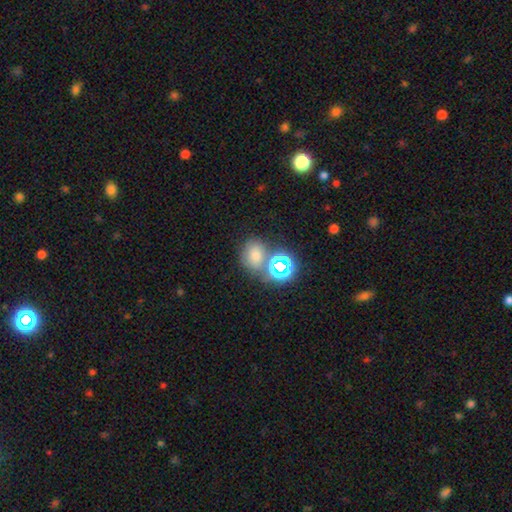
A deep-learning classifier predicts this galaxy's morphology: smooth_or_featured: smooth (p=0.57) [alt: star or artifact p=0.30]
how_rounded: round (p=0.60) [alt: in between p=0.39]
merging: none (p=0.59) [alt: merger p=0.24]